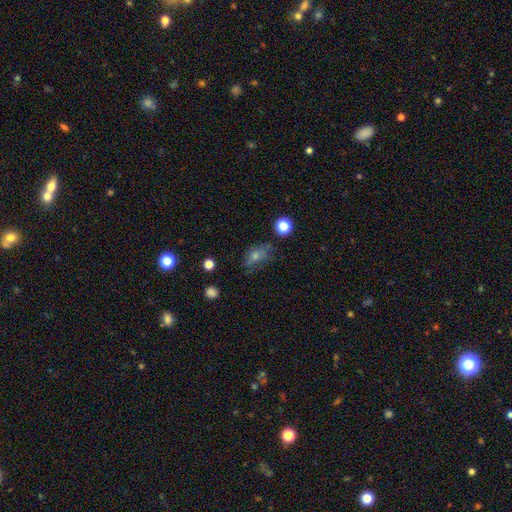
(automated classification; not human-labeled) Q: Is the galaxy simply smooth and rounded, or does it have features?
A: smooth — 49%.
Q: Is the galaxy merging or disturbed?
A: none — 57%.